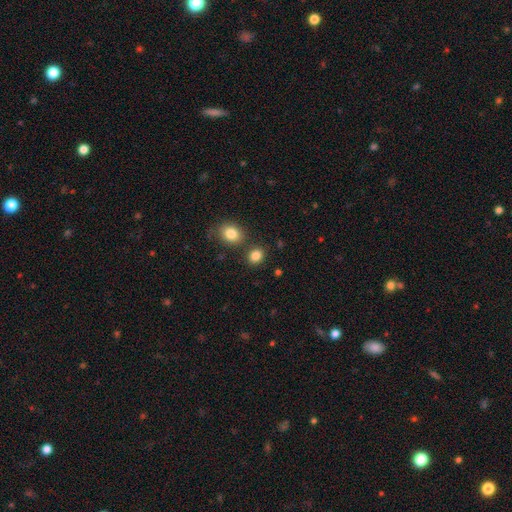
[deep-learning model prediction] smooth_or_featured: smooth (p=0.84) [alt: star or artifact p=0.11]
how_rounded: round (p=0.55) [alt: in between p=0.44]
merging: none (p=0.76) [alt: merger p=0.12]